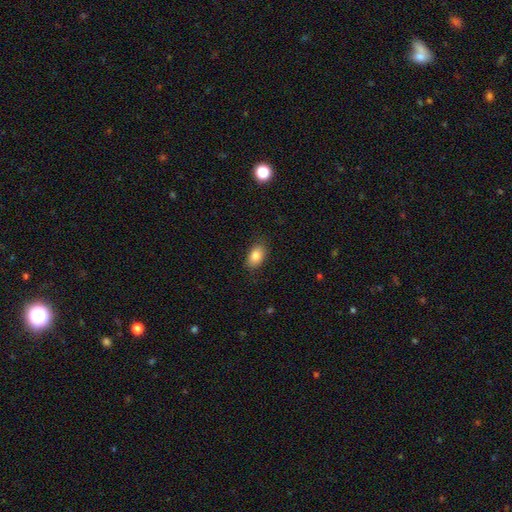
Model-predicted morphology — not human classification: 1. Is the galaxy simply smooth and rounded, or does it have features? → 85% smooth, 8% star or artifact, 7% featured or disk.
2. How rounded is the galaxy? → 90% in between, 9% round, 2% cigar-shaped.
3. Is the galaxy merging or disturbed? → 85% none, 12% minor disturbance, 3% major disturbance, 1% merger.